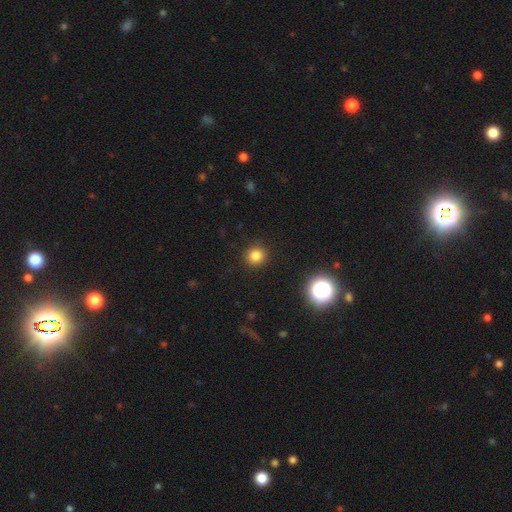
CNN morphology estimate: A smooth galaxy with no disk features (81%) that is round (91%).

Vote fractions:
- Smooth or featured? smooth: 81% / star or artifact: 14% / featured or disk: 5%
- How rounded? round: 91% / in between: 8% / cigar-shaped: 1%
- Merging? none: 91% / minor disturbance: 5% / major disturbance: 2% / merger: 1%